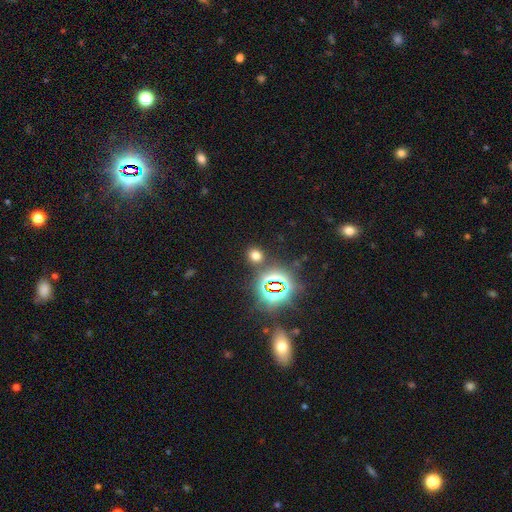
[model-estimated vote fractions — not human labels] A smooth galaxy with no disk features (61%) that is round (78%). Merging: none (84%).